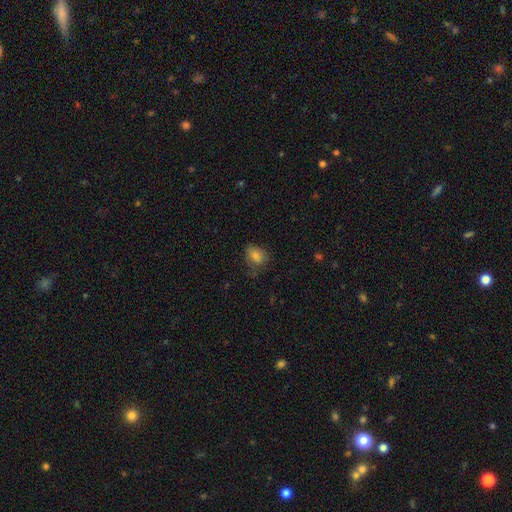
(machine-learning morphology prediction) Q: Smooth or featured?
A: smooth (77%); runner-up: star or artifact (12%)
Q: How rounded?
A: in between (62%); runner-up: round (37%)
Q: Merging?
A: none (60%); runner-up: minor disturbance (27%)